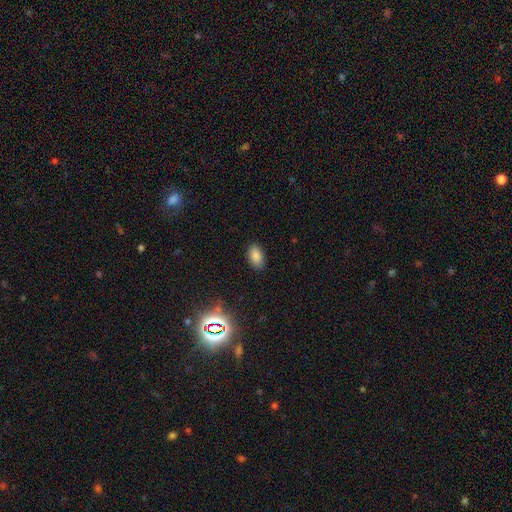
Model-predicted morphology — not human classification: smooth_or_featured: smooth (p=0.83) [alt: star or artifact p=0.12]
how_rounded: in between (p=0.91) [alt: round p=0.08]
merging: none (p=0.86) [alt: minor disturbance p=0.10]